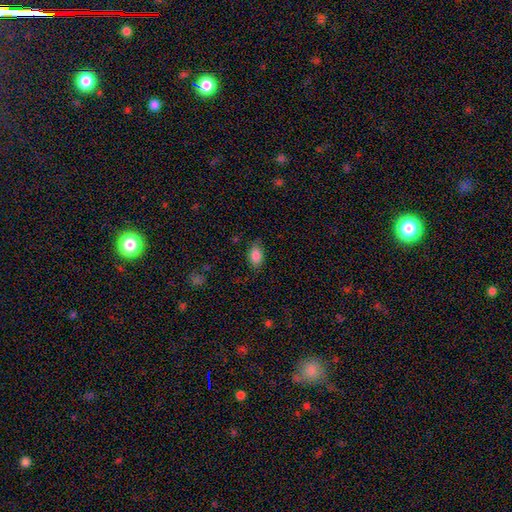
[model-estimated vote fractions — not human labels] Morphology: type=smooth (87%); roundness=in between (89%); merging=none (81%).